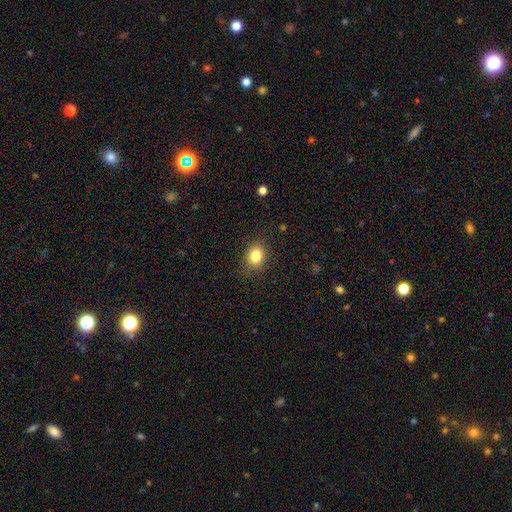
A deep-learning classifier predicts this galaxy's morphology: This is clearly a smooth galaxy (82%). How rounded: possibly round (56%). Merging: clearly none (85%).